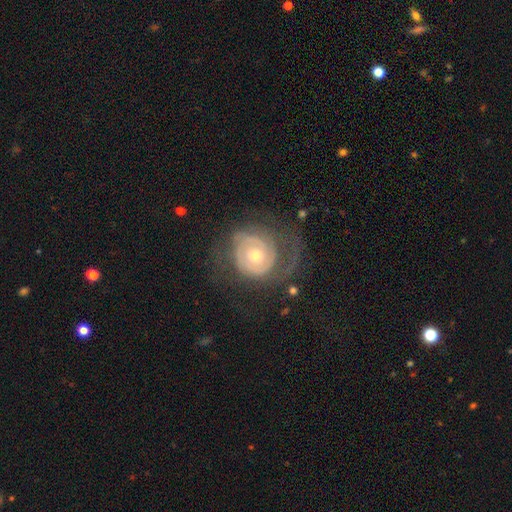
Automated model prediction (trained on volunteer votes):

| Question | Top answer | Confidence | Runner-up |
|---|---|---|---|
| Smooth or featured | featured or disk | 80% | smooth (14%) |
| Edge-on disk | no | 97% | yes (3%) |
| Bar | no | 73% | weak (22%) |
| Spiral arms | yes | 88% | no (12%) |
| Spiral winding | tight | 61% | medium (27%) |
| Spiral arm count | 2 | 43% | can't tell (25%) |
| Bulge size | moderate | 60% | small (34%) |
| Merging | none | 54% | major disturbance (25%) |